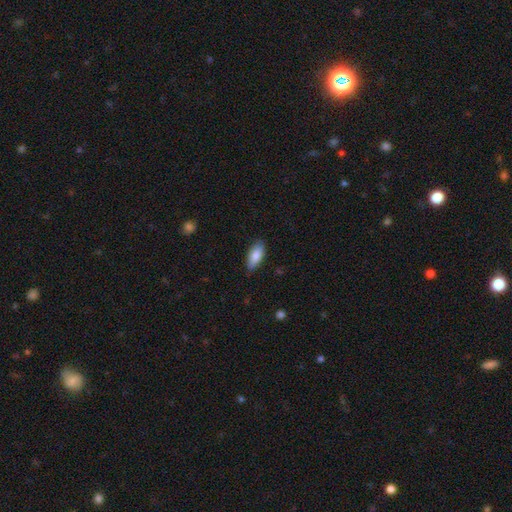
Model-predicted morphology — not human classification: Smooth or featured? smooth (83%)
How rounded? in between (80%)
Merging? none (83%)